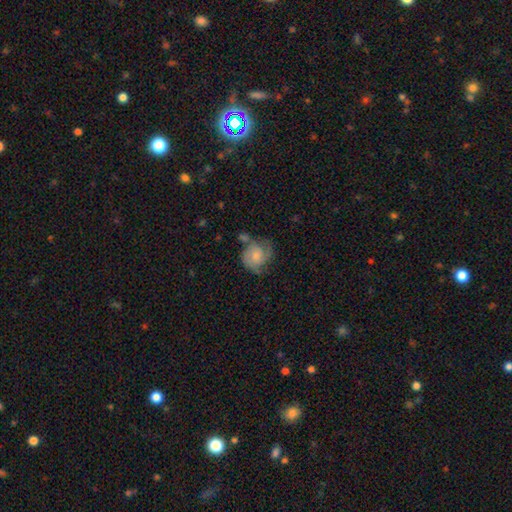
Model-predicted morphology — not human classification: This appears to be a featured or disk galaxy (50%). Merging: none (48%).